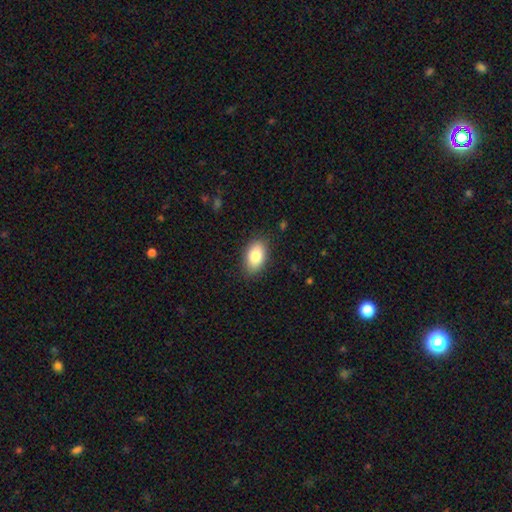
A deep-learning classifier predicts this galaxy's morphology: Overall: smooth (83%). How rounded: in between (91%). Merging: none (86%).